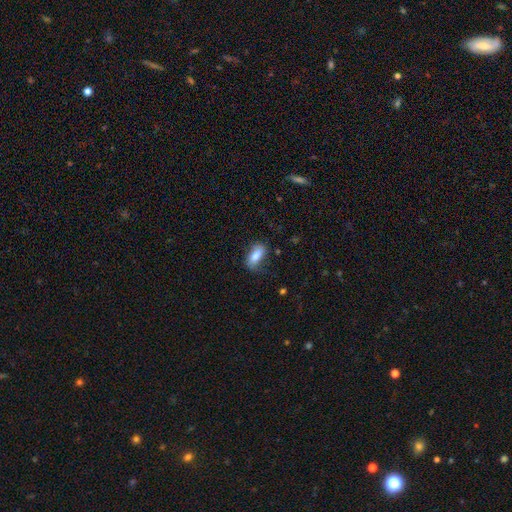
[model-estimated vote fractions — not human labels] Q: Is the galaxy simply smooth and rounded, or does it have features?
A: smooth — 75%.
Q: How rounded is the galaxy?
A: in between — 83%.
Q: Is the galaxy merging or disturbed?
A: none — 63%.